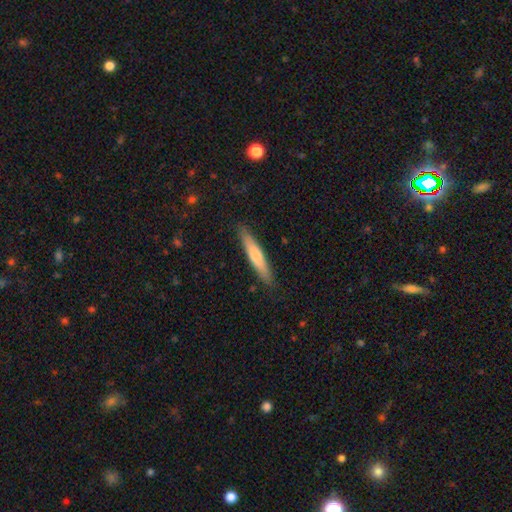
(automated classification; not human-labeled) Smooth or featured?
  - smooth: 66% *
  - featured or disk: 29%
  - star or artifact: 6%
How rounded?
  - cigar-shaped: 91% *
  - in between: 8%
  - round: 1%
Merging?
  - none: 88% *
  - minor disturbance: 9%
  - major disturbance: 2%
  - merger: 1%